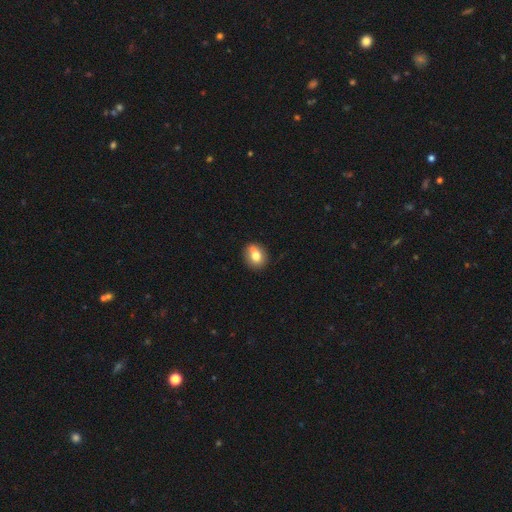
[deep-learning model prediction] Smooth or featured: smooth — 75% (featured or disk — 16%)
How rounded: round — 60% (in between — 39%)
Merging: none — 68% (minor disturbance — 17%)